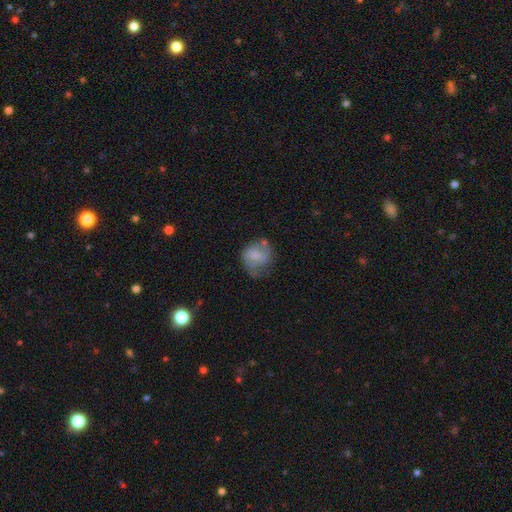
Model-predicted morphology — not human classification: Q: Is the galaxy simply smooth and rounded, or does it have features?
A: smooth — 53%.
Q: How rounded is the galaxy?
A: round — 75%.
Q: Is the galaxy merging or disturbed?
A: none — 48%.